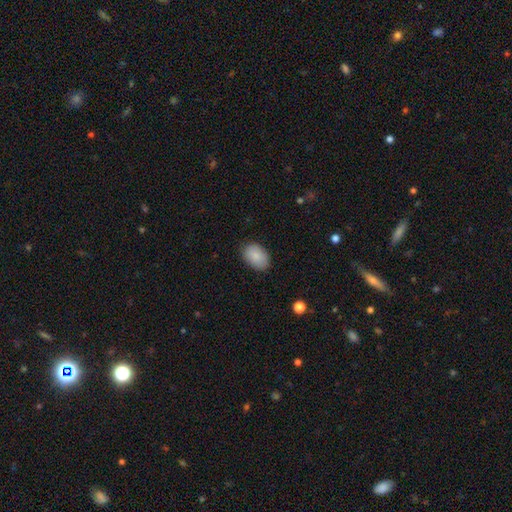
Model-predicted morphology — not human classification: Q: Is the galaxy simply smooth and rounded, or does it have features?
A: smooth — 87%.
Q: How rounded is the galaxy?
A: in between — 86%.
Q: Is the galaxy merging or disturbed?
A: none — 84%.